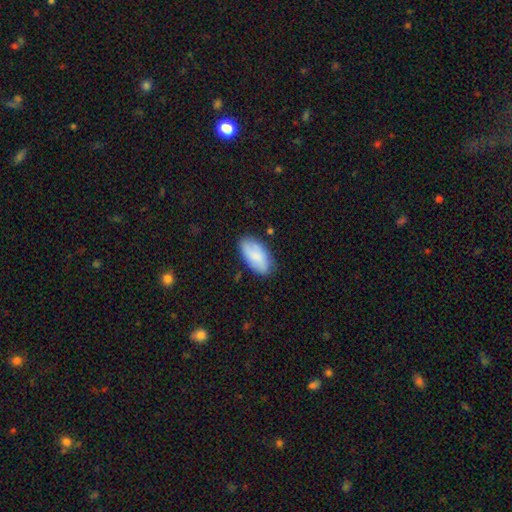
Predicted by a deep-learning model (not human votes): Smooth or featured? Predicted: smooth (p=0.82). How rounded? Predicted: in between (p=0.94). Merging? Predicted: none (p=0.79).